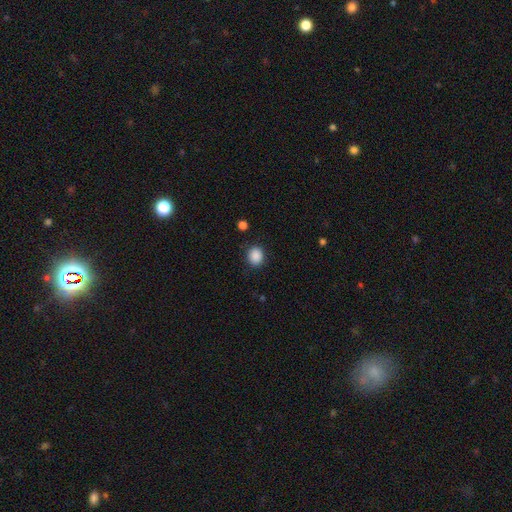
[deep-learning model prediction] smooth-or-featured: smooth: 88% | star or artifact: 9% | featured or disk: 3%
  how-rounded: round: 72% | in between: 27% | cigar-shaped: 1%
  merging: none: 87% | minor disturbance: 9% | major disturbance: 3% | merger: 1%